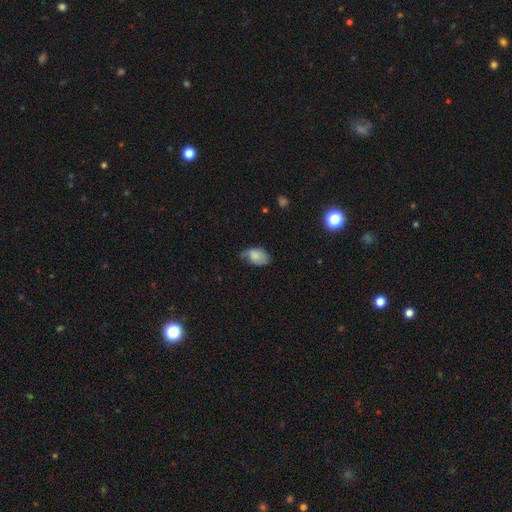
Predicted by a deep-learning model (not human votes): This is likely a smooth galaxy (73%). How rounded: clearly in between (89%). Merging: marginally minor disturbance (40%, tied with none).